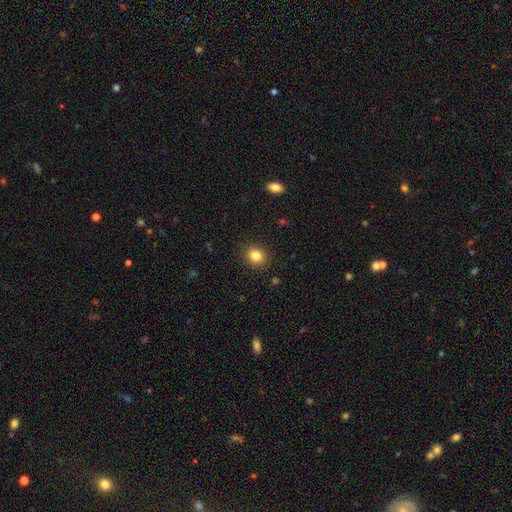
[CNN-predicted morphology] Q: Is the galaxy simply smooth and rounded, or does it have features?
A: smooth — 83%.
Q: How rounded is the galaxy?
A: round — 76%.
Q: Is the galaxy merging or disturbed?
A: none — 90%.